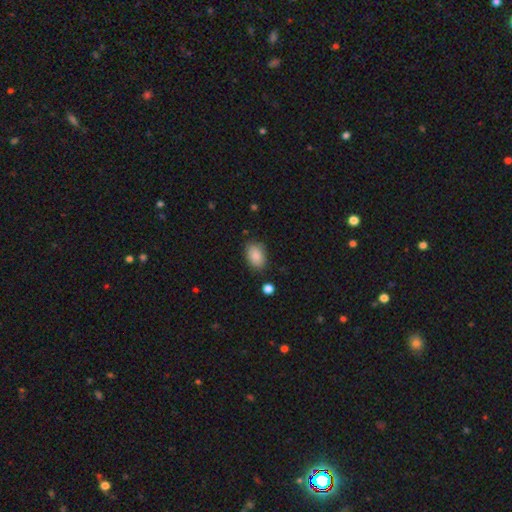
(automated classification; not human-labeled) smooth-or-featured: smooth: 88% | star or artifact: 7% | featured or disk: 5%
  how-rounded: in between: 86% | round: 13% | cigar-shaped: 1%
  merging: none: 82% | minor disturbance: 13% | major disturbance: 3% | merger: 2%